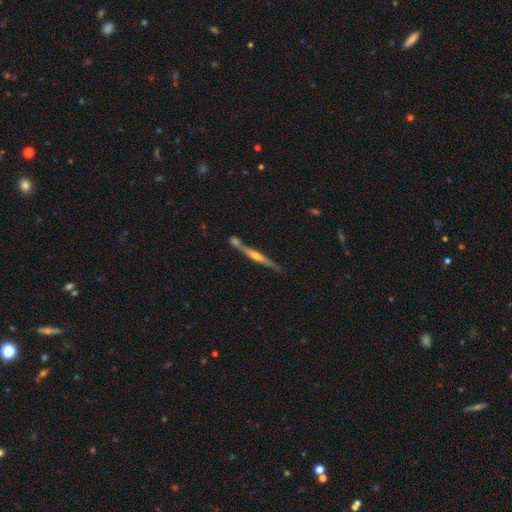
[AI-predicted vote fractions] smooth-or-featured: featured or disk: 76% | smooth: 18% | star or artifact: 6%
  disk-edge-on: yes: 97% | no: 3%
    edge-on-bulge: rounded: 76% | none: 14% | boxy: 10%
  merging: none: 71% | merger: 16% | minor disturbance: 10% | major disturbance: 3%